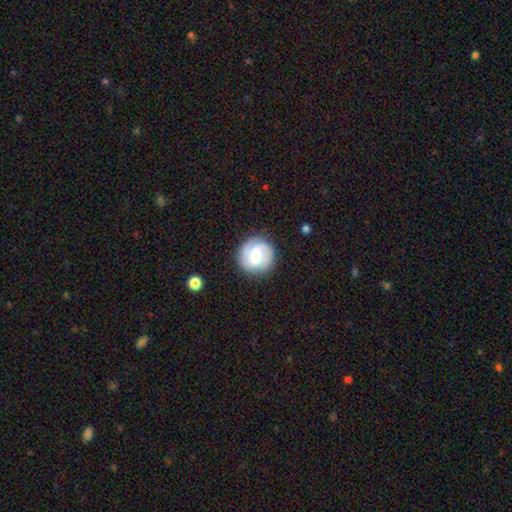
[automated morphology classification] Q: Smooth or featured?
A: featured or disk (66%); runner-up: smooth (28%)
Q: Edge-on disk?
A: no (98%); runner-up: yes (2%)
Q: Bar?
A: weak (50%); runner-up: no (35%)
Q: Spiral arms?
A: yes (93%); runner-up: no (7%)
Q: Spiral winding?
A: medium (45%); runner-up: tight (28%)
Q: Spiral arm count?
A: 2 (59%); runner-up: 3 (21%)
Q: Bulge size?
A: moderate (51%); runner-up: small (41%)
Q: Merging?
A: none (86%); runner-up: minor disturbance (9%)